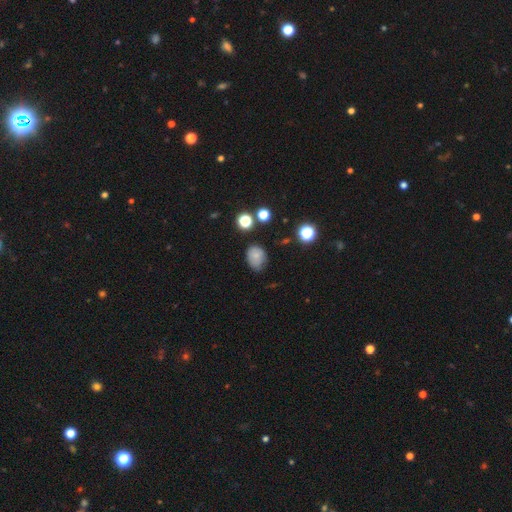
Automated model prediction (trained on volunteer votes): Smooth or featured? smooth (77%)
How rounded? in between (58%)
Merging? none (60%)